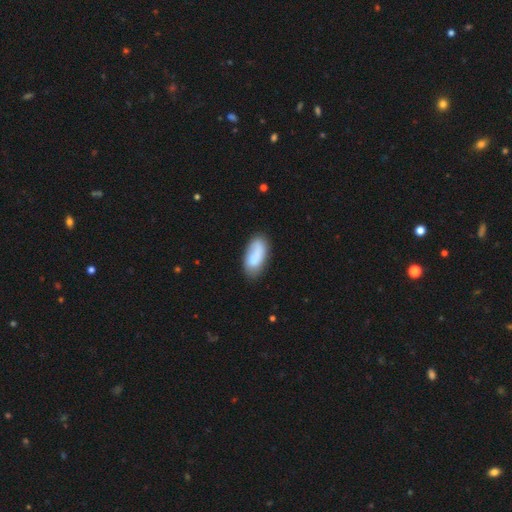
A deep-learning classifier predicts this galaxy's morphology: smooth-or-featured: smooth: 77% | featured or disk: 16% | star or artifact: 6%
  how-rounded: in between: 92% | cigar-shaped: 6% | round: 2%
  merging: none: 68% | minor disturbance: 22% | major disturbance: 7% | merger: 4%